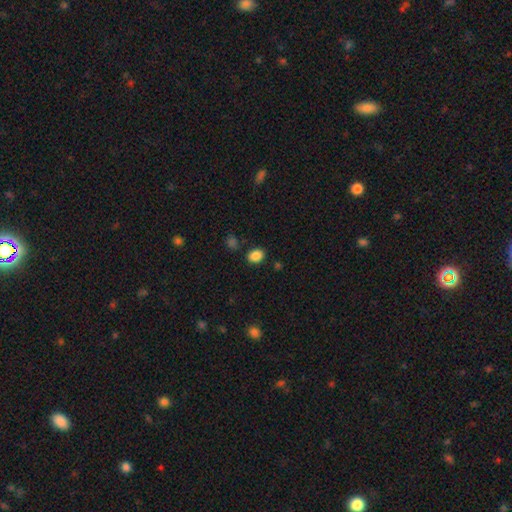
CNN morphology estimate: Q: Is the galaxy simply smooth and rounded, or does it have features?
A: smooth — 87%.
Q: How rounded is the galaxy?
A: in between — 55%.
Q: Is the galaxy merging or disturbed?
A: none — 83%.